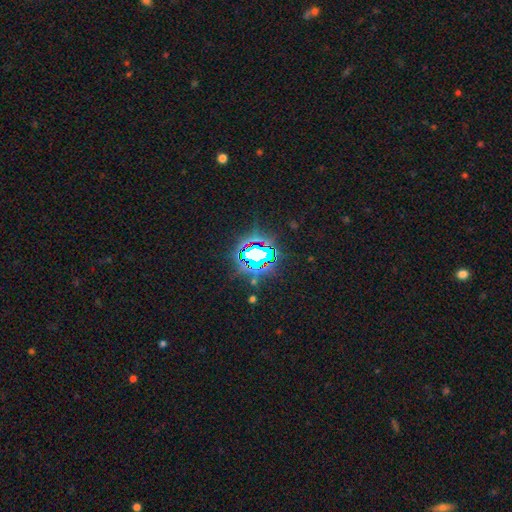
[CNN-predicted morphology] This is likely a star or artifact rather than a galaxy (74%).